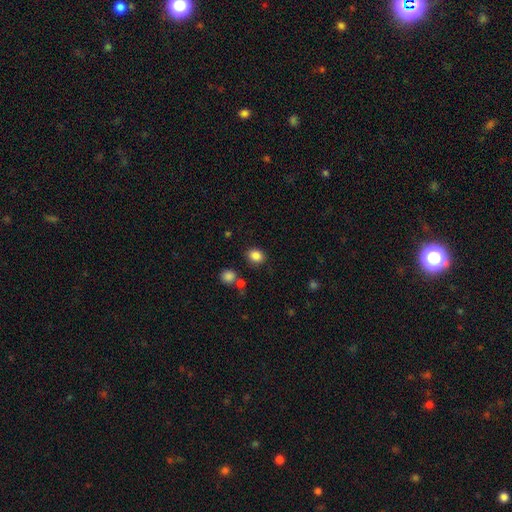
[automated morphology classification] This appears to be a smooth galaxy with no disk features (85%) that is round (64%). Merging: none (84%).